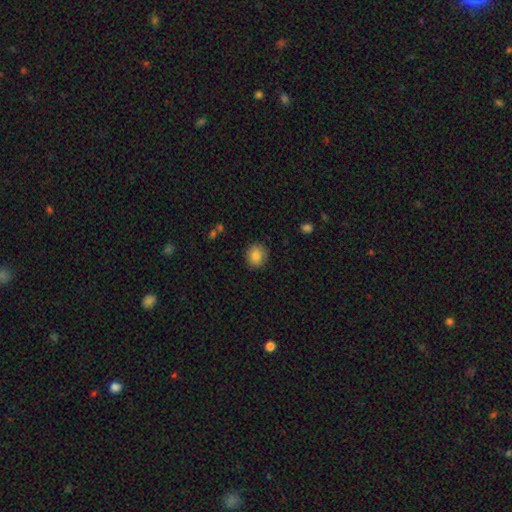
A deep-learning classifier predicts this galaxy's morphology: Overall: smooth (84%). How rounded: round (79%). Merging: none (87%).